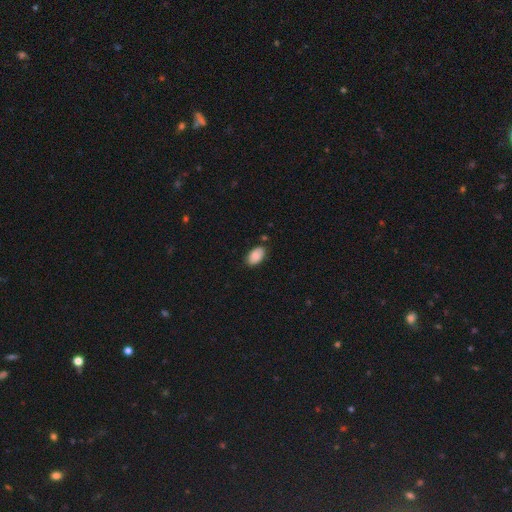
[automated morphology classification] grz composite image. It shows a smooth galaxy with no disk features (85%) that is in between round and cigar-shaped (94%). Merging: none (80%).